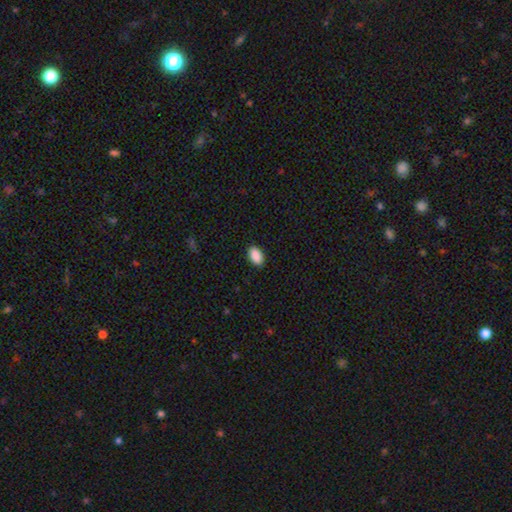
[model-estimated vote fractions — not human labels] This appears to be a smooth galaxy with no disk features (90%) that is in between round and cigar-shaped (93%). Merging: none (90%).